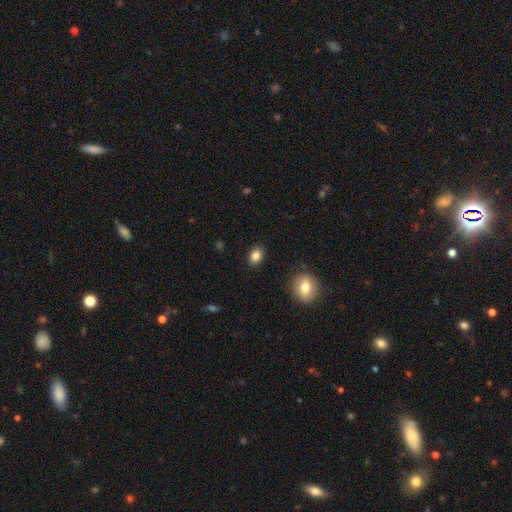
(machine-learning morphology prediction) Smooth or featured: smooth — 85% (star or artifact — 10%)
How rounded: in between — 75% (round — 23%)
Merging: none — 88% (minor disturbance — 8%)